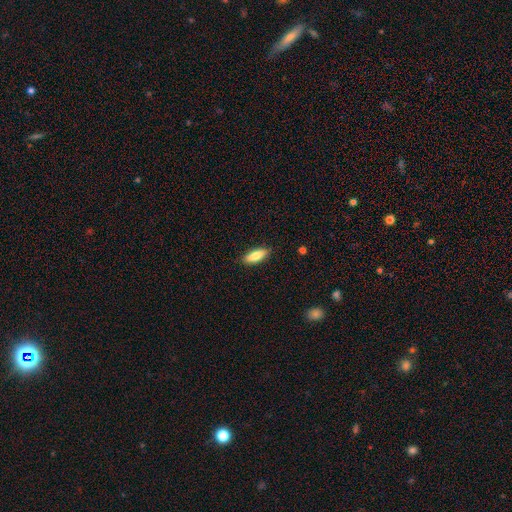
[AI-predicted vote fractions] Smooth or featured: smooth — 82% (featured or disk — 12%)
How rounded: in between — 63% (cigar-shaped — 35%)
Merging: none — 88% (minor disturbance — 9%)